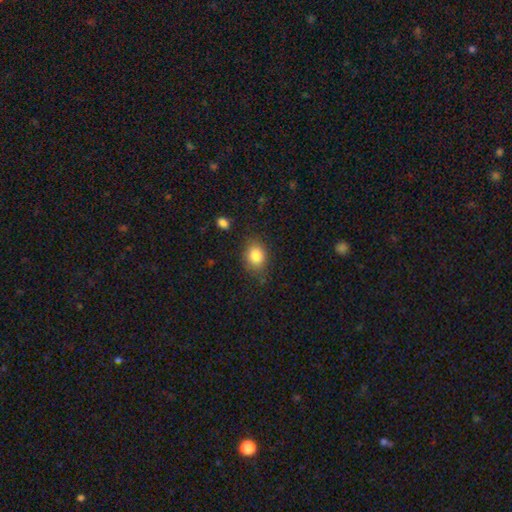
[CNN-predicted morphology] This appears to be a smooth galaxy with no disk features (84%) that is in between round and cigar-shaped (59%). Merging: none (75%).